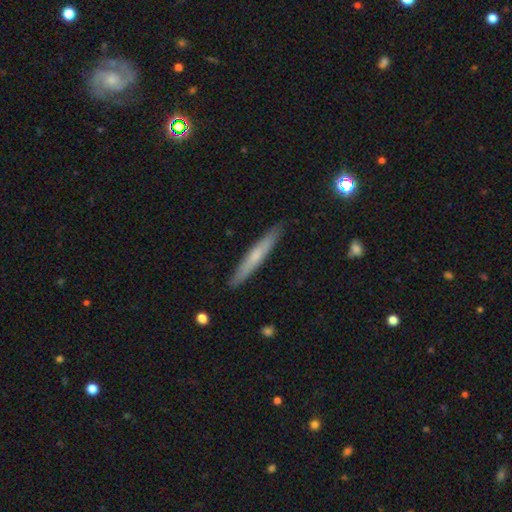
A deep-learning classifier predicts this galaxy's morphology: Overall: smooth (53%; featured or disk 41%). How rounded: cigar-shaped (96%). Merging: none (90%).